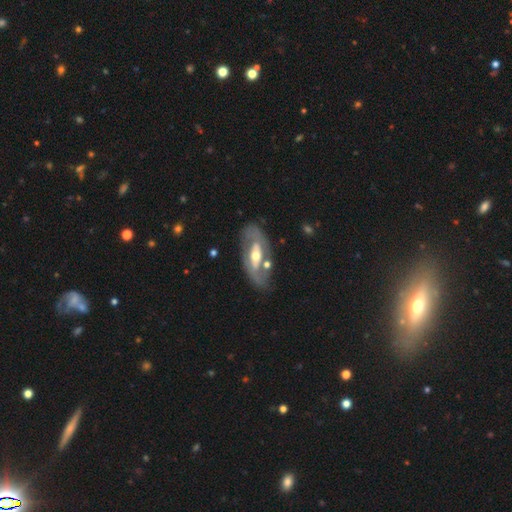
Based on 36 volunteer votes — smooth_or_featured: featured or disk (p=0.72) [alt: smooth p=0.28]
disk_edge_on: no (p=0.81) [alt: yes p=0.19]
bar: no (p=0.52) [alt: strong p=0.38]
has_spiral_arms: no (p=0.71) [alt: yes p=0.29]
bulge_size: moderate (p=0.86) [alt: dominant p=0.05]
merging: none (p=0.53) [alt: minor disturbance p=0.28]